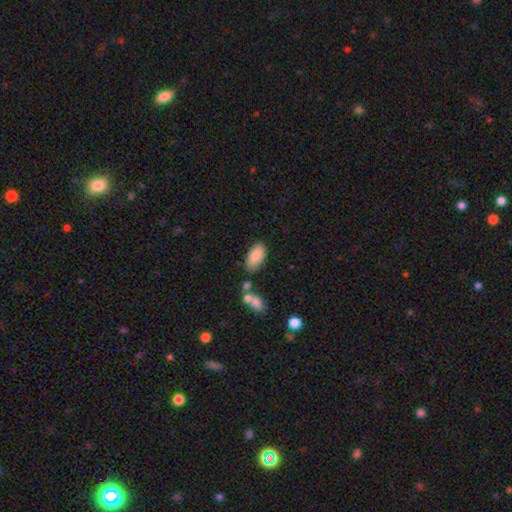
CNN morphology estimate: Q: Smooth or featured?
A: smooth (86%); runner-up: star or artifact (7%)
Q: How rounded?
A: in between (90%); runner-up: cigar-shaped (7%)
Q: Merging?
A: none (71%); runner-up: minor disturbance (17%)